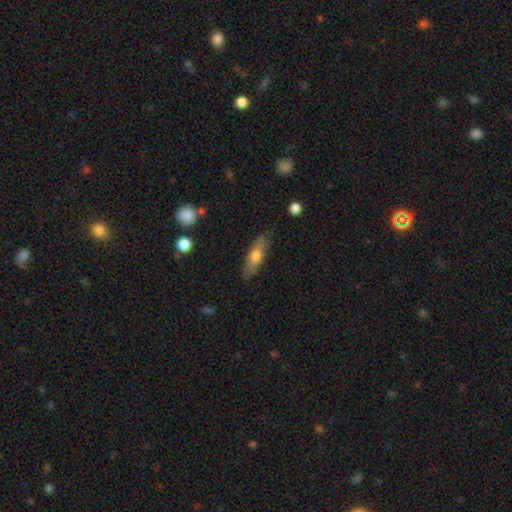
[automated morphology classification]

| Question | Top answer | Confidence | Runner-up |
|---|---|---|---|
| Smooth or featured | smooth | 62% | featured or disk (32%) |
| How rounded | in between | 49% | cigar-shaped (48%) |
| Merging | none | 80% | minor disturbance (15%) |